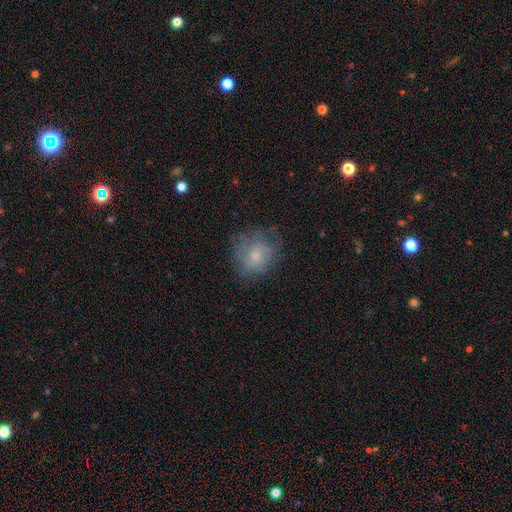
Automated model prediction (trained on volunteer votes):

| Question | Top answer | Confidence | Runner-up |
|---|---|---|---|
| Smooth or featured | smooth | 66% | featured or disk (25%) |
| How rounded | round | 75% | in between (24%) |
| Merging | none | 63% | minor disturbance (23%) |